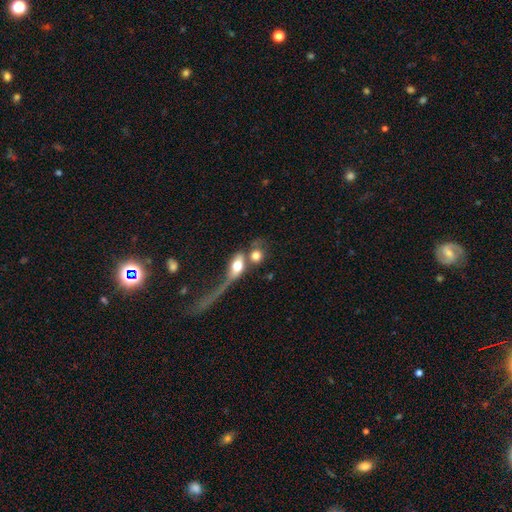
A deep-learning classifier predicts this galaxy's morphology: Q: Smooth or featured?
A: smooth (68%); runner-up: featured or disk (22%)
Q: How rounded?
A: round (49%); runner-up: in between (44%)
Q: Merging?
A: merger (53%); runner-up: none (23%)